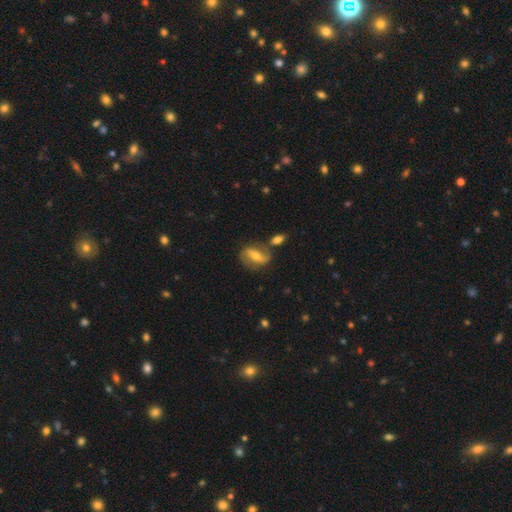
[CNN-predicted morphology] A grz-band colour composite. It shows a featured or disk galaxy (63%) with a strong bar (53%), spiral arms (75%) and a moderate central bulge (61%). Merging: none (66%).